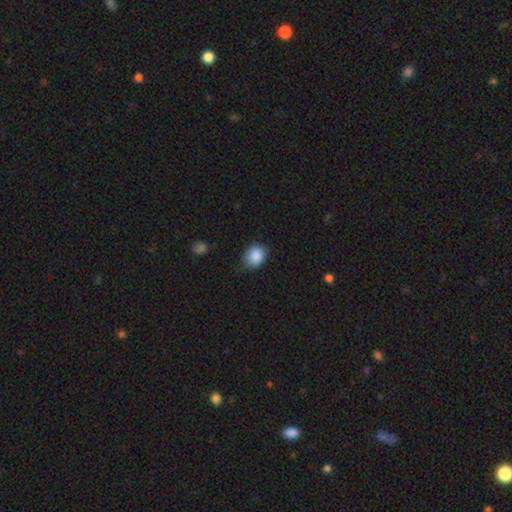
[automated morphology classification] smooth-or-featured: smooth: 88% | star or artifact: 8% | featured or disk: 4%
  how-rounded: round: 53% | in between: 46% | cigar-shaped: 1%
  merging: none: 64% | minor disturbance: 29% | major disturbance: 6% | merger: 2%